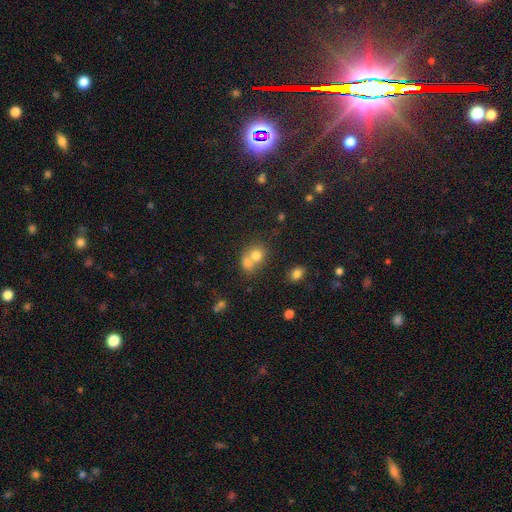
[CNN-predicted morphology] A smooth galaxy with no disk features (73%) that is round (68%).

Vote fractions:
- Smooth or featured? smooth: 73% / featured or disk: 15% / star or artifact: 12%
- How rounded? round: 68% / in between: 31% / cigar-shaped: 1%
- Merging? merger: 62% / none: 28% / minor disturbance: 6% / major disturbance: 3%